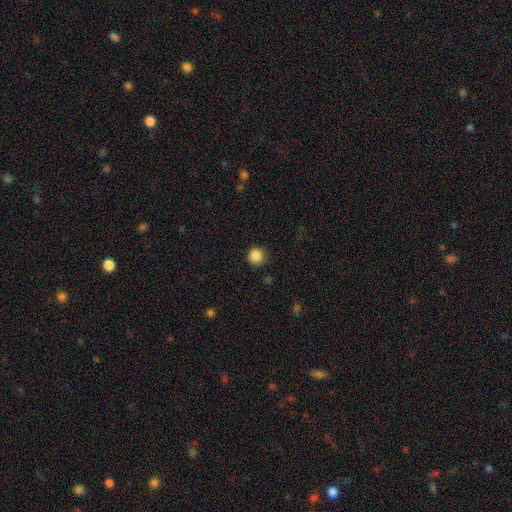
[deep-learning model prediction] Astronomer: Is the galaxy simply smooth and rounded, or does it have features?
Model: smooth — 87%.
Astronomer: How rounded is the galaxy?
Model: round — 94%.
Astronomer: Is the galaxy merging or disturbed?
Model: none — 90%.